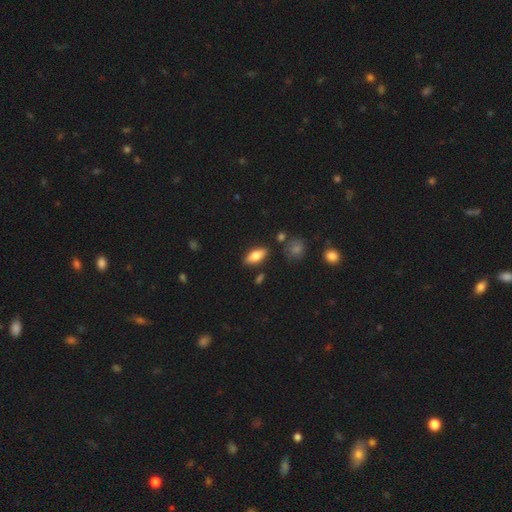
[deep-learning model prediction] This is likely a smooth galaxy (66%). How rounded: likely in between (77%). Merging: clearly none (84%).